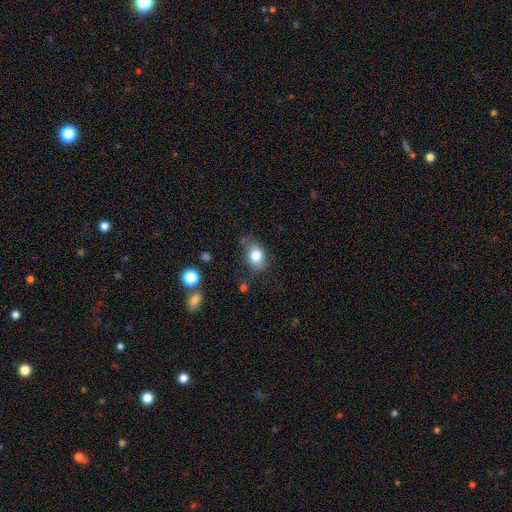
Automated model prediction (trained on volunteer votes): Overall: smooth (80%). How rounded: in between (69%; round 30%). Merging: none (64%; minor disturbance 26%).